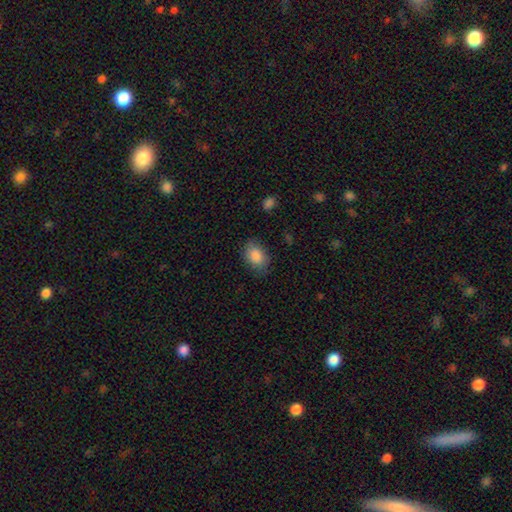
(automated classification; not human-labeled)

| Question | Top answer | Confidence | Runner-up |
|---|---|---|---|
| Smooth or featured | smooth | 88% | star or artifact (7%) |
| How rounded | in between | 80% | round (19%) |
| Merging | none | 79% | minor disturbance (16%) |